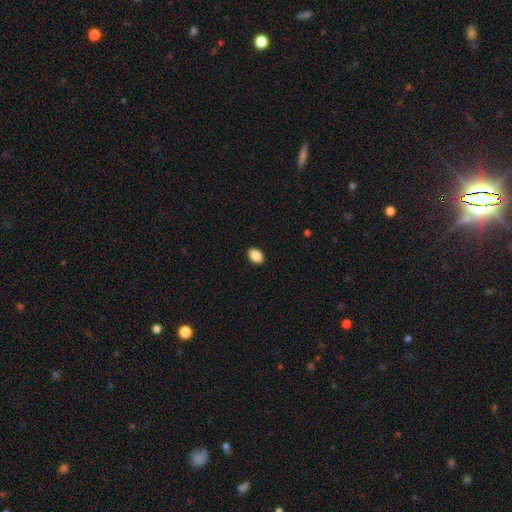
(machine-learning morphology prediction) Q: Smooth or featured?
A: smooth (89%); runner-up: star or artifact (8%)
Q: How rounded?
A: in between (83%); runner-up: round (16%)
Q: Merging?
A: none (90%); runner-up: minor disturbance (7%)